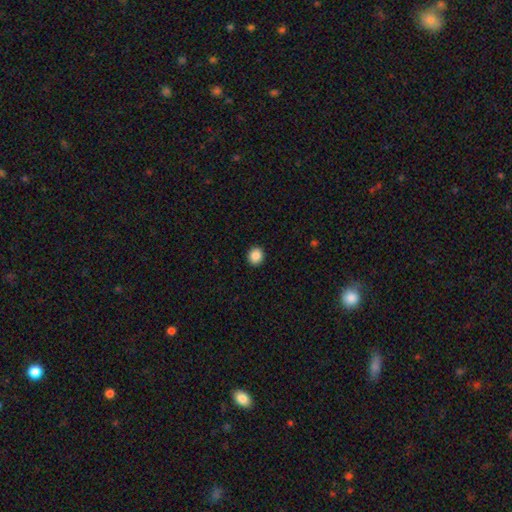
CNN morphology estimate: type=smooth (88%); roundness=round (80%); merging=none (92%).